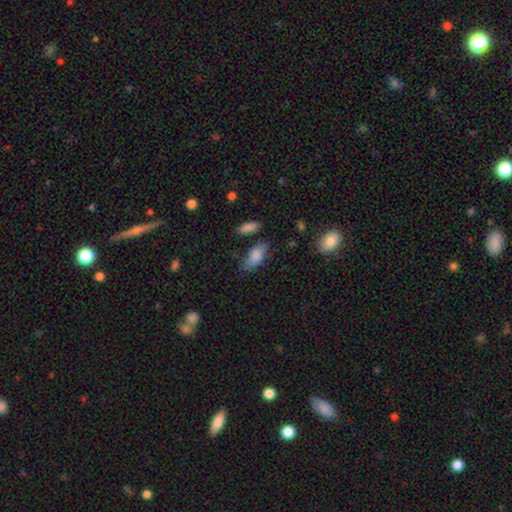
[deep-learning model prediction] Morphology: type=smooth (82%); roundness=in between (83%); merging=none (69%).